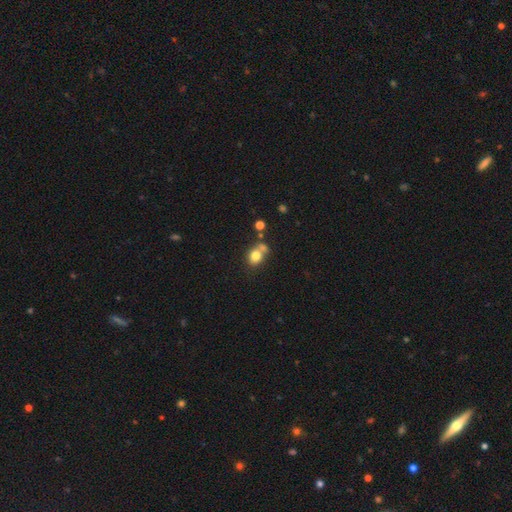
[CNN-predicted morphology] A smooth galaxy with no disk features (78%) that is round (64%). Merging: none (46%).